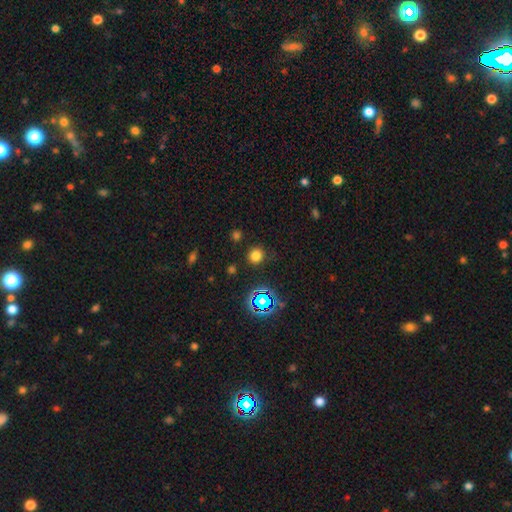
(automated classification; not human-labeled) smooth_or_featured: smooth (p=0.73) [alt: star or artifact p=0.22]
how_rounded: round (p=0.91) [alt: in between p=0.08]
merging: none (p=0.86) [alt: minor disturbance p=0.08]